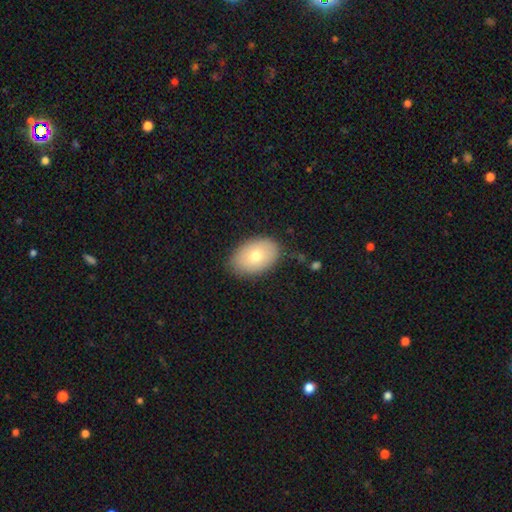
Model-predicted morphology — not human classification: Smooth or featured? smooth (72%)
How rounded? in between (86%)
Merging? none (83%)